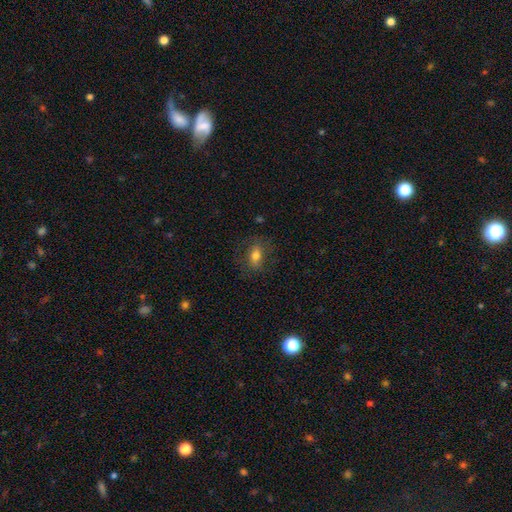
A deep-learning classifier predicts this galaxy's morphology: Q: Smooth or featured?
A: smooth (70%); runner-up: featured or disk (20%)
Q: How rounded?
A: in between (79%); runner-up: round (15%)
Q: Merging?
A: none (76%); runner-up: minor disturbance (16%)